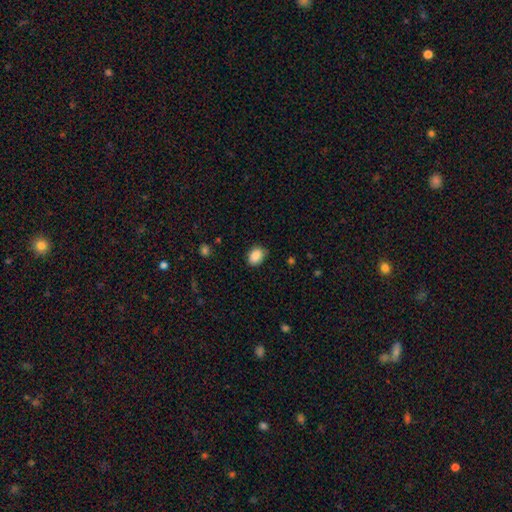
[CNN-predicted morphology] A smooth galaxy with no disk features (88%) that is in between round and cigar-shaped (72%).

Vote fractions:
- Smooth or featured? smooth: 88% / star or artifact: 8% / featured or disk: 4%
- How rounded? in between: 72% / round: 27% / cigar-shaped: 1%
- Merging? none: 80% / minor disturbance: 16% / major disturbance: 3% / merger: 1%